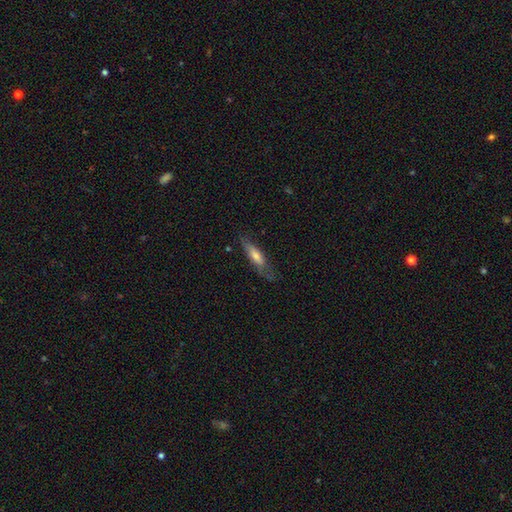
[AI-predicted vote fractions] A smooth galaxy with no disk features (56%) that is cigar-shaped (65%). Merging: none (59%).